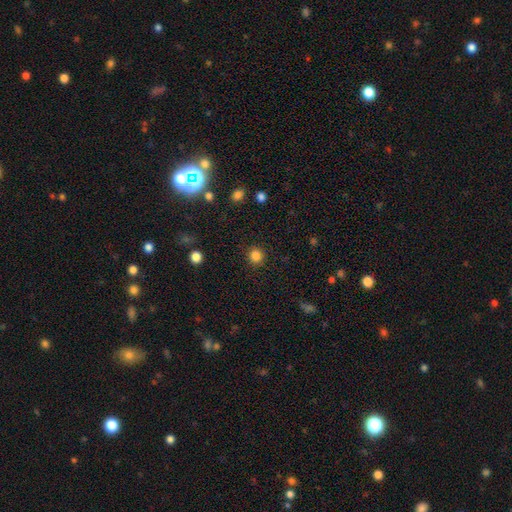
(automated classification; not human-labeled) Overall: smooth (84%). How rounded: round (89%). Merging: none (90%).